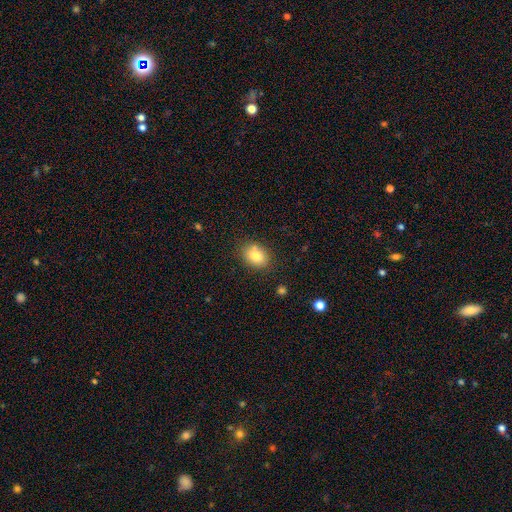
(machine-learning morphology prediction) This is clearly a smooth galaxy (81%). How rounded: likely in between (67%). Merging: likely none (79%).